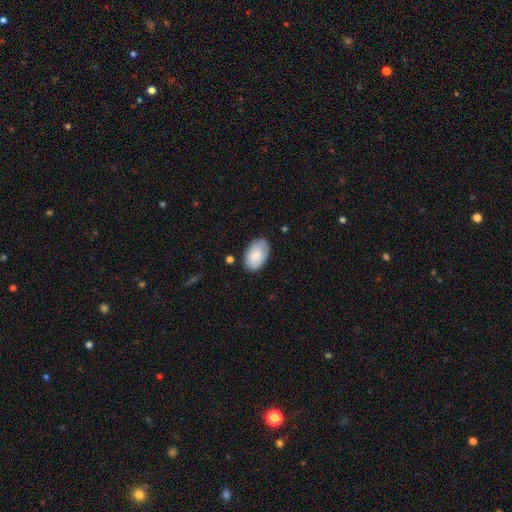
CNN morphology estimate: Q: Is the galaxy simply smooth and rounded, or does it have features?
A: smooth — 84%.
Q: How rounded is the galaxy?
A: in between — 93%.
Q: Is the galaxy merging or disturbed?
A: none — 82%.